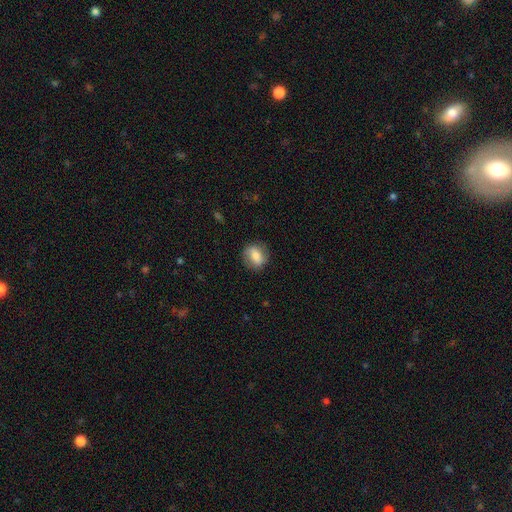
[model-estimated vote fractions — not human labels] Smooth or featured? Predicted: smooth (p=0.69). How rounded? Predicted: round (p=0.53). Merging? Predicted: none (p=0.79).